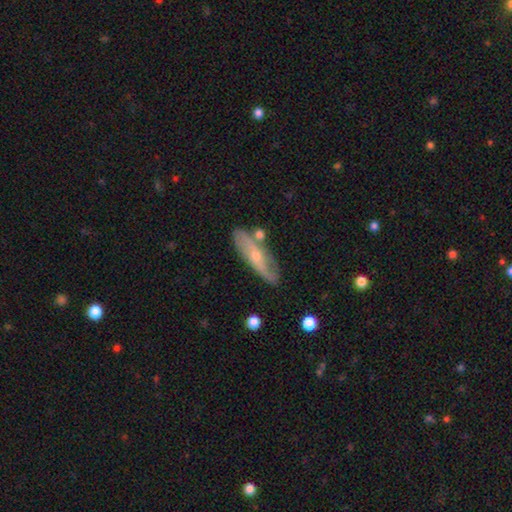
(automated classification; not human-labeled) Morphology: type=featured or disk (59%); edge-on=no (63%); merging=none (72%).